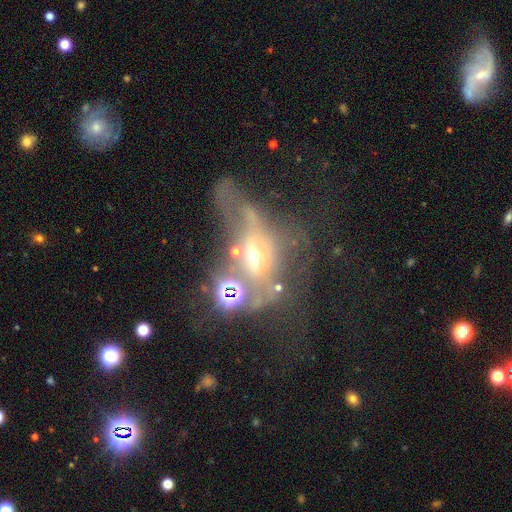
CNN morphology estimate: A featured or disk galaxy (51%).

Vote fractions:
- Smooth or featured? featured or disk: 51% / smooth: 26% / star or artifact: 24%
- Edge-on disk? no: 74% / yes: 26%
- Merging? major disturbance: 44% / none: 22% / merger: 21% / minor disturbance: 13%